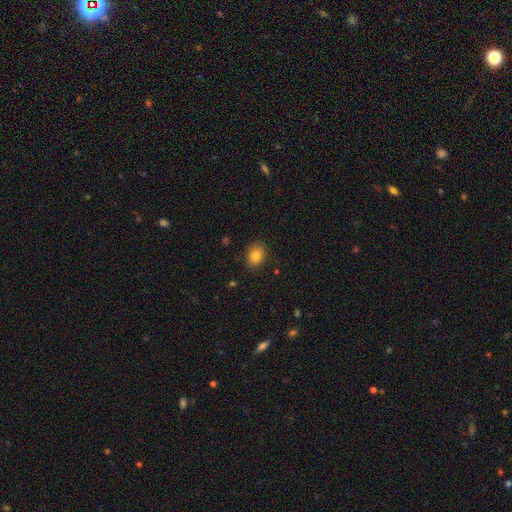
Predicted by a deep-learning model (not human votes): Smooth or featured? Predicted: smooth (p=0.83). How rounded? Predicted: in between (p=0.59). Merging? Predicted: none (p=0.88).